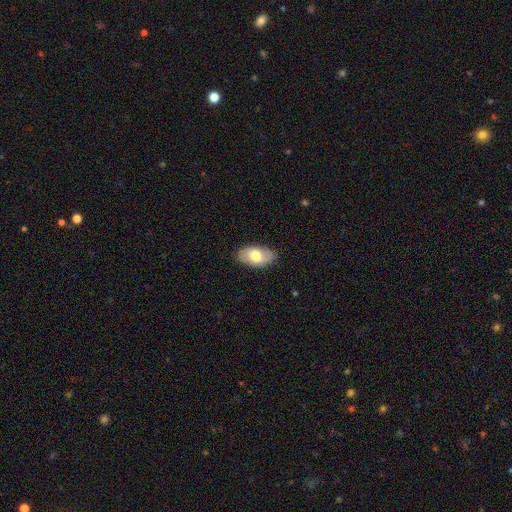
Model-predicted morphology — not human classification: Overall: smooth (64%; featured or disk 29%). How rounded: in between (93%). Merging: none (82%).